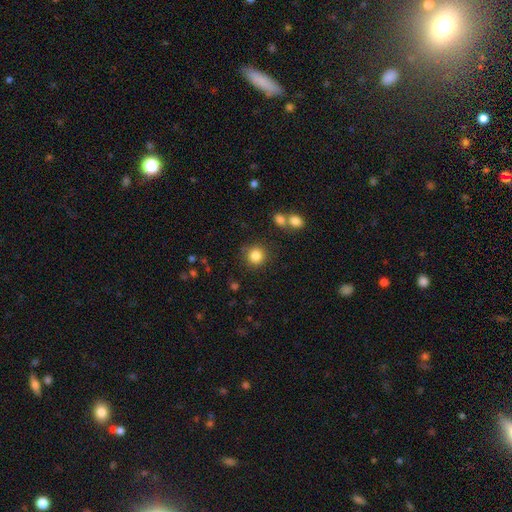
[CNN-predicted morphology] This is clearly a smooth galaxy (85%). How rounded: clearly round (92%). Merging: clearly none (82%).